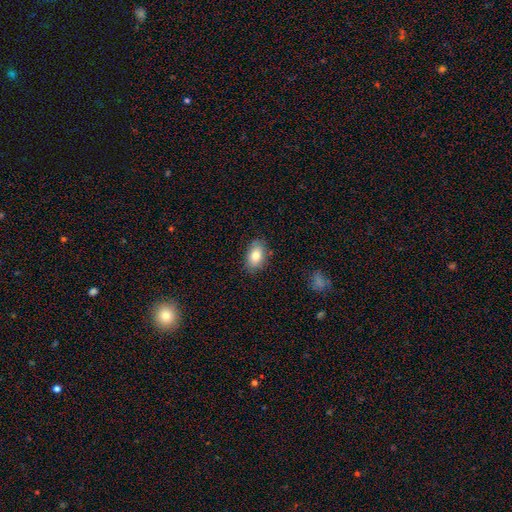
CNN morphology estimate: A smooth galaxy with no disk features (81%) that is in between round and cigar-shaped (90%). Merging: none (82%).